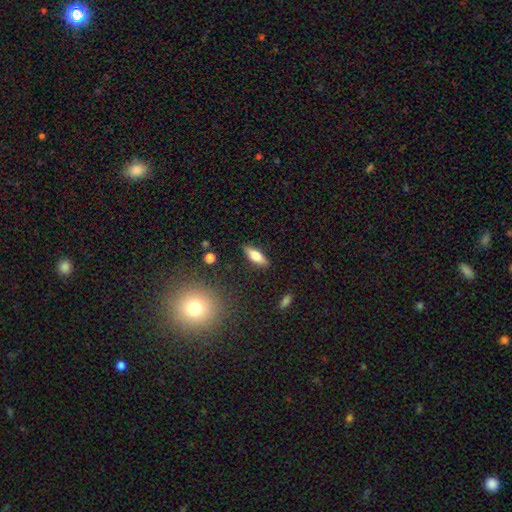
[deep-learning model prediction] Smooth or featured?
  - smooth: 62% *
  - featured or disk: 31%
  - star or artifact: 7%
How rounded?
  - in between: 58% *
  - cigar-shaped: 39%
  - round: 3%
Merging?
  - none: 86% *
  - minor disturbance: 10%
  - major disturbance: 2%
  - merger: 1%